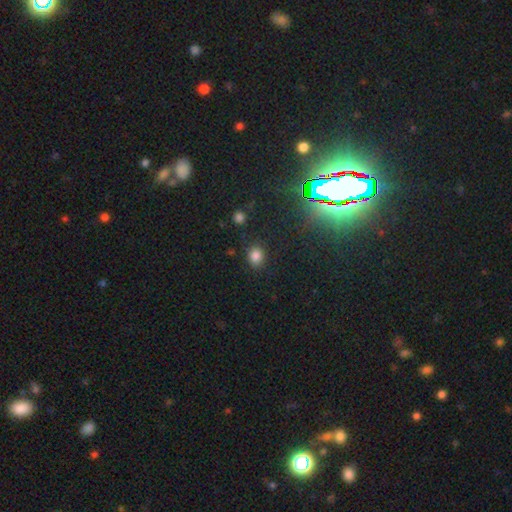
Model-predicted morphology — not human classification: A smooth galaxy with no disk features (81%) that is round (52%). Merging: none (83%).